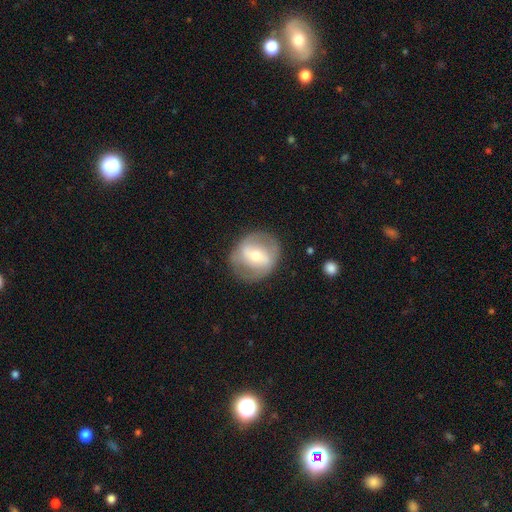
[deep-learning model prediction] Smooth or featured? featured or disk (67%)
Edge-on disk? no (95%)
Bar? strong (43%)
Spiral arms? yes (61%)
Bulge size? moderate (59%)
Merging? none (78%)